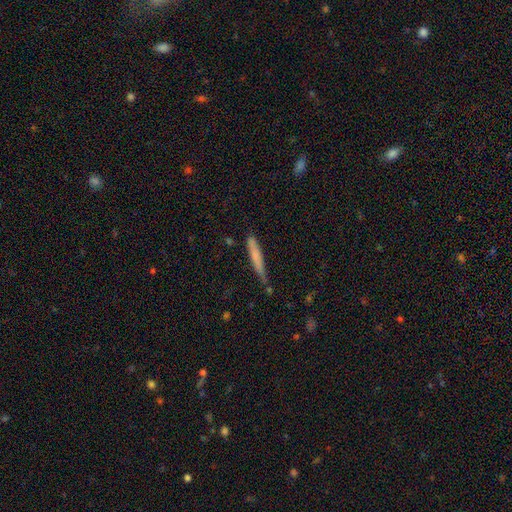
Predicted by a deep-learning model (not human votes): Overall: smooth (66%; featured or disk 27%). How rounded: cigar-shaped (95%). Merging: none (70%).